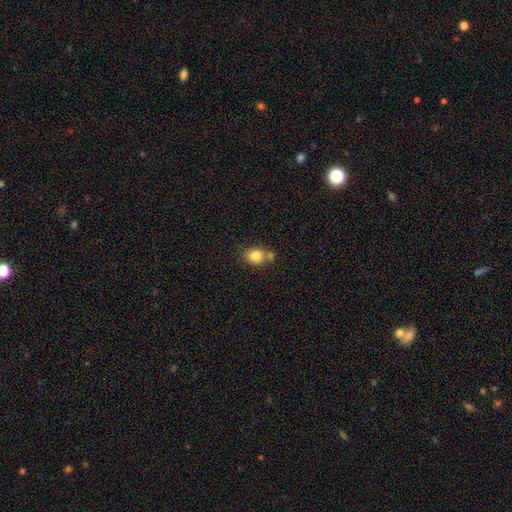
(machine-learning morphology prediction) The model was most divided on "merging": none: 54%, merger: 29%, minor disturbance: 13%, major disturbance: 4%. More confident: smooth or featured — smooth (82%); how rounded — round (65%).